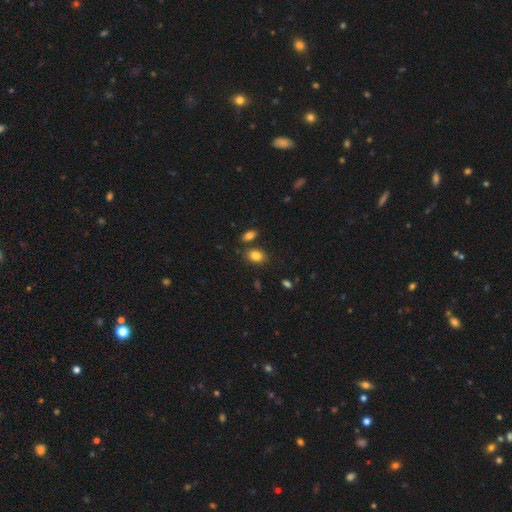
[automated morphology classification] type=smooth (84%); roundness=in between (73%); merging=none (77%).